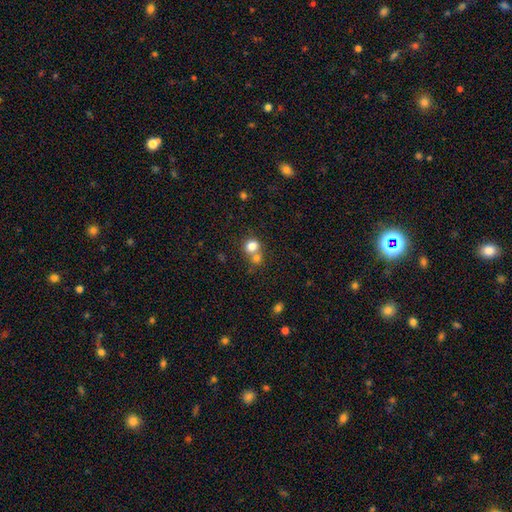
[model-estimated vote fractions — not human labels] The model was most divided on "merging": merger: 46%, none: 44%, minor disturbance: 7%, major disturbance: 3%. More confident: how rounded — round (83%); smooth or featured — smooth (78%).